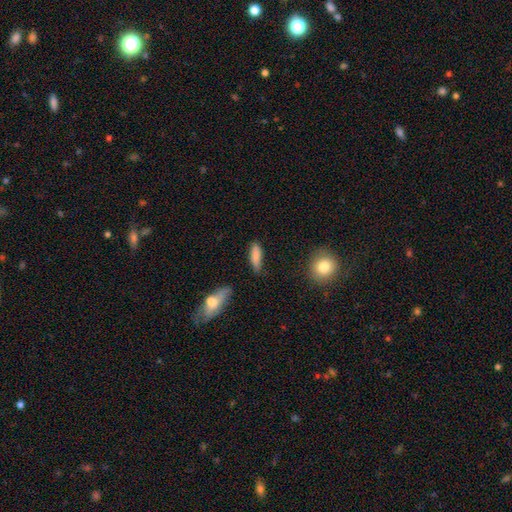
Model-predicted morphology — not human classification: smooth-or-featured: smooth: 82% | featured or disk: 11% | star or artifact: 7%
  how-rounded: cigar-shaped: 53% | in between: 44% | round: 3%
  merging: none: 75% | minor disturbance: 18% | major disturbance: 4% | merger: 3%